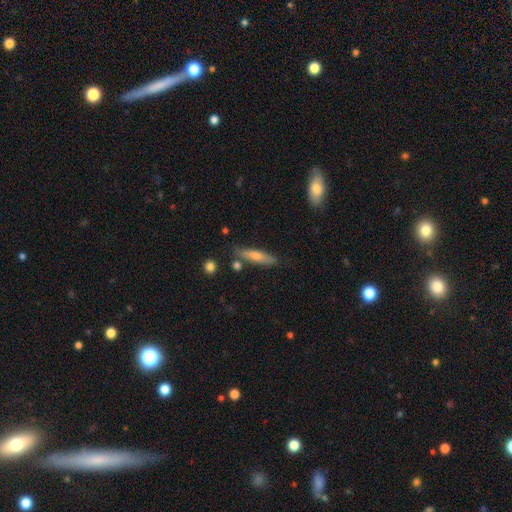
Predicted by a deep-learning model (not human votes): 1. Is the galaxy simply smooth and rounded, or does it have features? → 58% smooth, 35% featured or disk, 7% star or artifact.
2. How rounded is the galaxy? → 81% cigar-shaped, 17% in between, 2% round.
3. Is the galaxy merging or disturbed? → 79% none, 13% minor disturbance, 5% merger, 3% major disturbance.